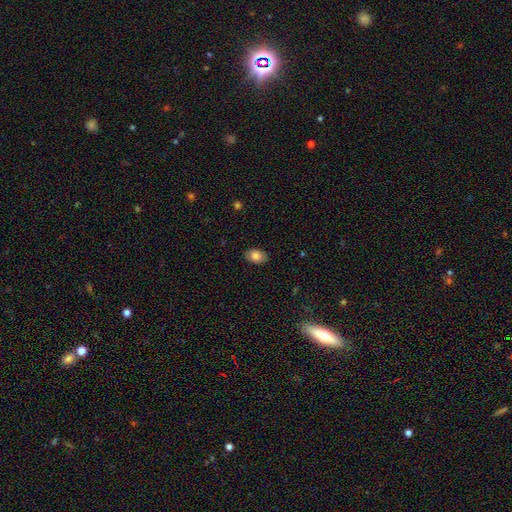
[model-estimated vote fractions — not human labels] This is clearly a smooth galaxy (83%). How rounded: clearly in between (88%). Merging: clearly none (87%).